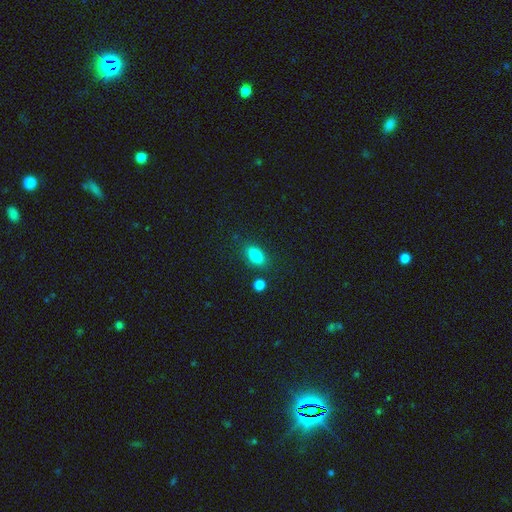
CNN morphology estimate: A smooth galaxy with no disk features (82%) that is in between round and cigar-shaped (86%).

Vote fractions:
- Smooth or featured? smooth: 82% / star or artifact: 9% / featured or disk: 9%
- How rounded? in between: 86% / round: 8% / cigar-shaped: 6%
- Merging? none: 81% / minor disturbance: 11% / merger: 5% / major disturbance: 3%